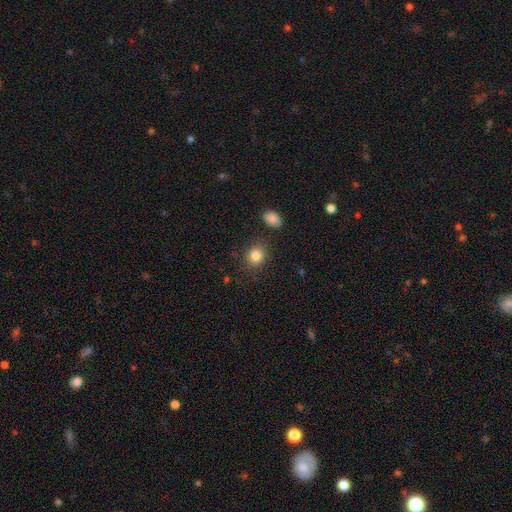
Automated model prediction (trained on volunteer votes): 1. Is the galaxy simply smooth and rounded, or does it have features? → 84% smooth, 10% star or artifact, 6% featured or disk.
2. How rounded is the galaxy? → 71% round, 28% in between, 1% cigar-shaped.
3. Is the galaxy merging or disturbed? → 83% none, 11% minor disturbance, 3% major disturbance, 3% merger.